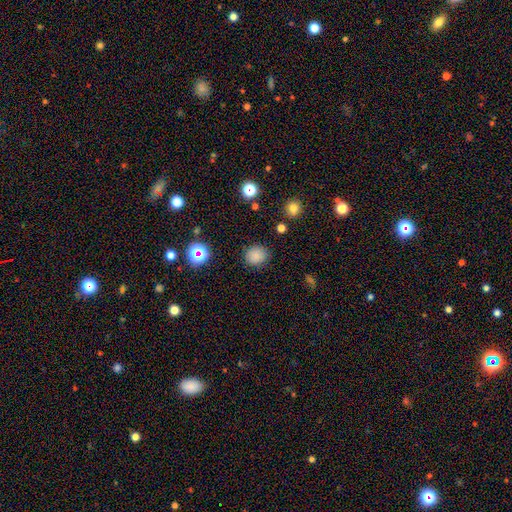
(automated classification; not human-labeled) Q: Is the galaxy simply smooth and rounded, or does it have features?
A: smooth — 82%.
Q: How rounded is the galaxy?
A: round — 82%.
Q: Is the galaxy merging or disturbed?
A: none — 85%.